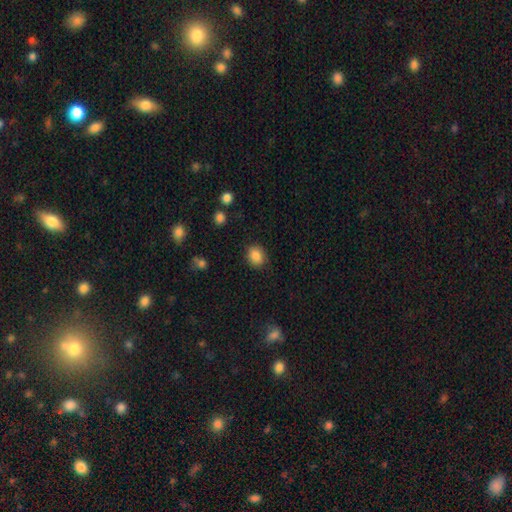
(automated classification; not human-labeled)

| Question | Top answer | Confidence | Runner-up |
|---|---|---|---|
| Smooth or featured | smooth | 86% | star or artifact (9%) |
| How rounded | round | 59% | in between (40%) |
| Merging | none | 85% | minor disturbance (11%) |